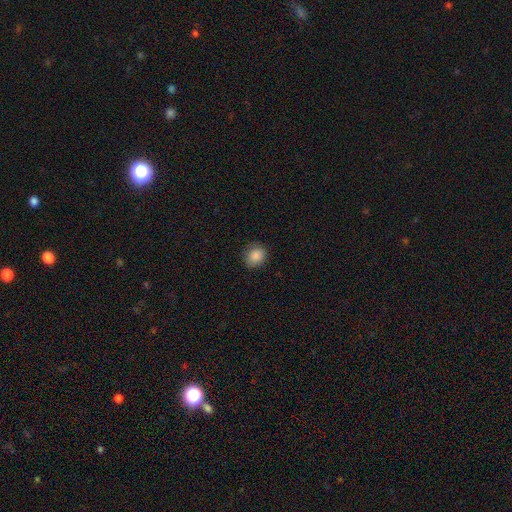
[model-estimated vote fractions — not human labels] smooth_or_featured: smooth (p=0.86) [alt: star or artifact p=0.09]
how_rounded: round (p=0.67) [alt: in between p=0.32]
merging: none (p=0.82) [alt: minor disturbance p=0.14]